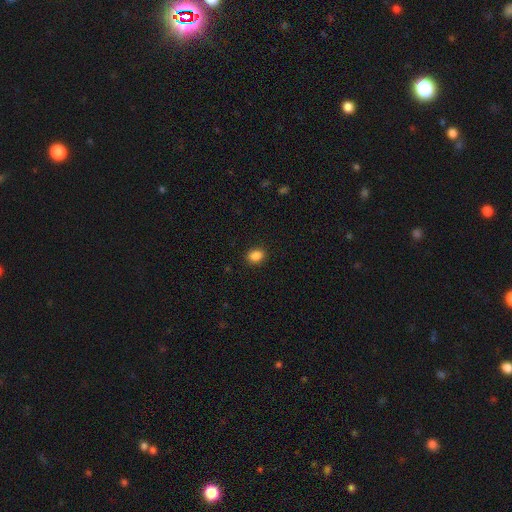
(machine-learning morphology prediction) The model was most divided on "how rounded": in between: 59%, round: 40%, cigar-shaped: 1%. More confident: merging — none (90%); smooth or featured — smooth (87%).